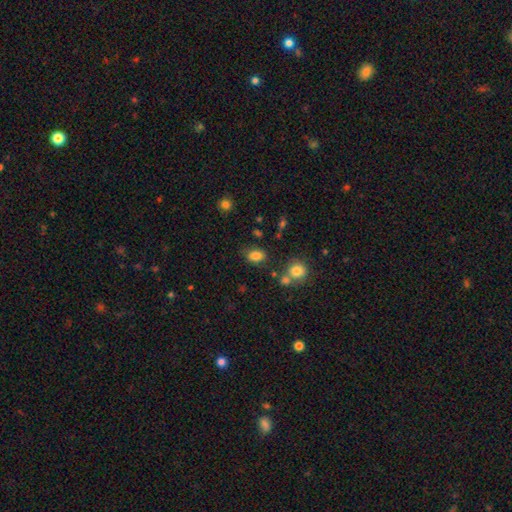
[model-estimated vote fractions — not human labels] This appears to be a smooth galaxy with no disk features (82%) that is in between round and cigar-shaped (79%). Merging: none (74%).